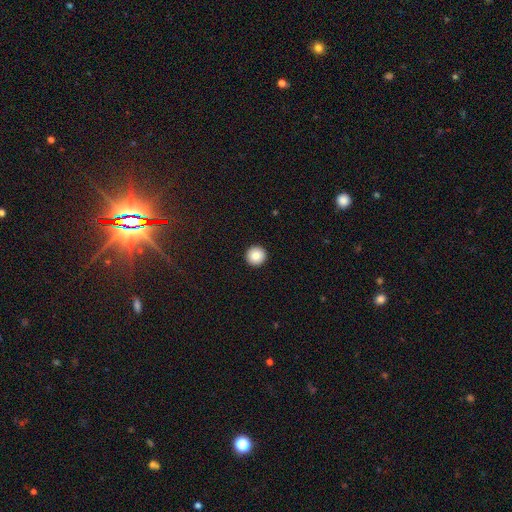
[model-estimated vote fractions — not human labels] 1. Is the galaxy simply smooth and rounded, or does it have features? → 85% smooth, 9% star or artifact, 6% featured or disk.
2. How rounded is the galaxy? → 97% round, 3% in between, 1% cigar-shaped.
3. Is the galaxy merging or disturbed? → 94% none, 3% minor disturbance, 1% major disturbance, 1% merger.